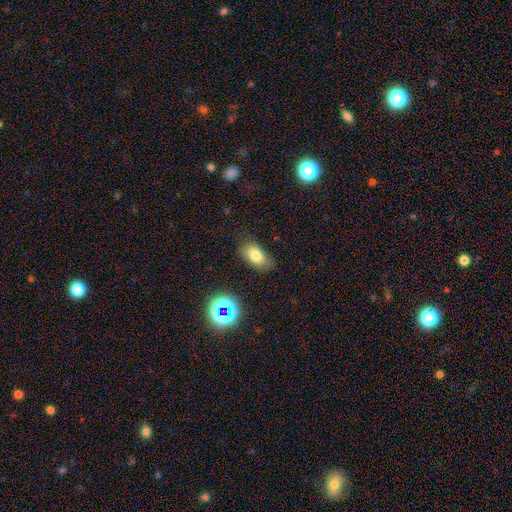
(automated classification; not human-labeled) Q: Smooth or featured?
A: smooth (77%); runner-up: star or artifact (12%)
Q: How rounded?
A: in between (89%); runner-up: round (8%)
Q: Merging?
A: none (74%); runner-up: minor disturbance (19%)